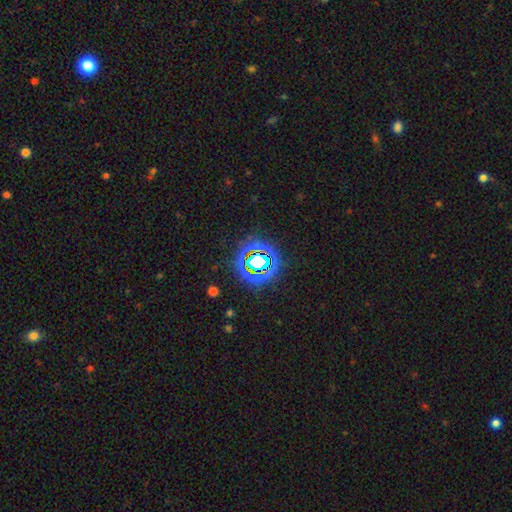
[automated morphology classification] type=star or artifact (73%).